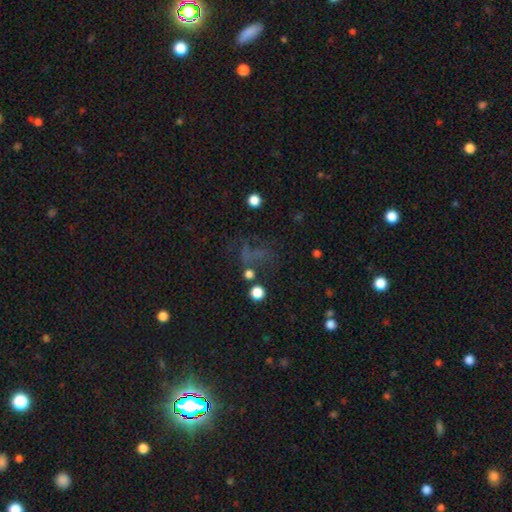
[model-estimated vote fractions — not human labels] Smooth or featured? star or artifact (47%)